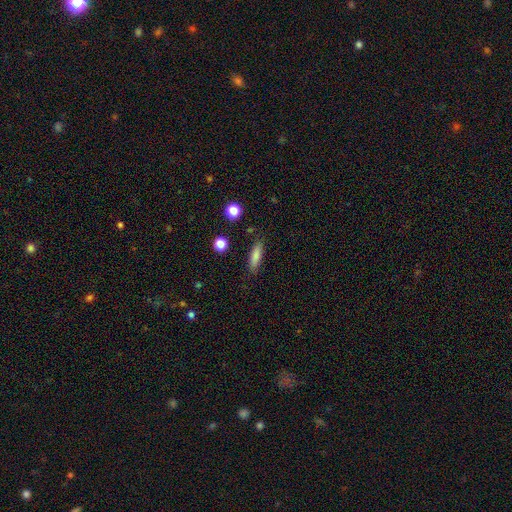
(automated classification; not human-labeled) A smooth galaxy with no disk features (81%) that is cigar-shaped (60%).

Vote fractions:
- Smooth or featured? smooth: 81% / featured or disk: 11% / star or artifact: 8%
- How rounded? cigar-shaped: 60% / in between: 37% / round: 3%
- Merging? none: 85% / minor disturbance: 11% / major disturbance: 3% / merger: 2%